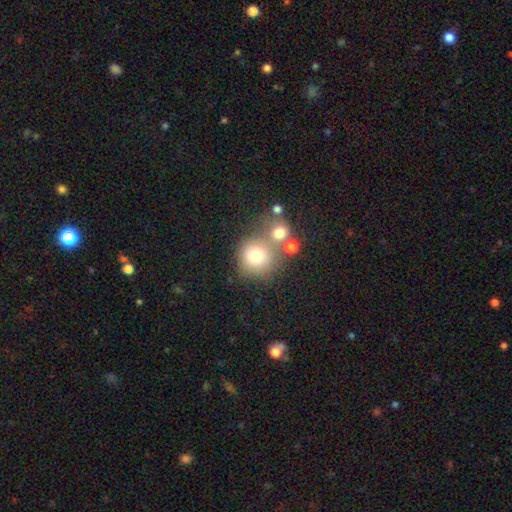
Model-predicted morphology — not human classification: This is likely a smooth galaxy (74%). How rounded: clearly round (90%). Merging: possibly none (53%).